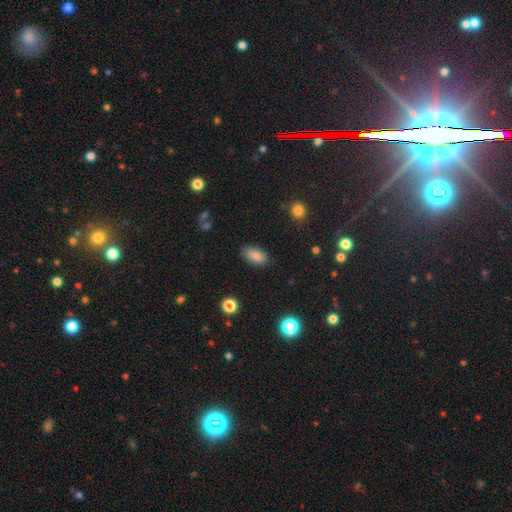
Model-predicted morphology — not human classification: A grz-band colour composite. It shows a smooth galaxy with no disk features (86%) that is in between round and cigar-shaped (92%). Merging: none (86%).